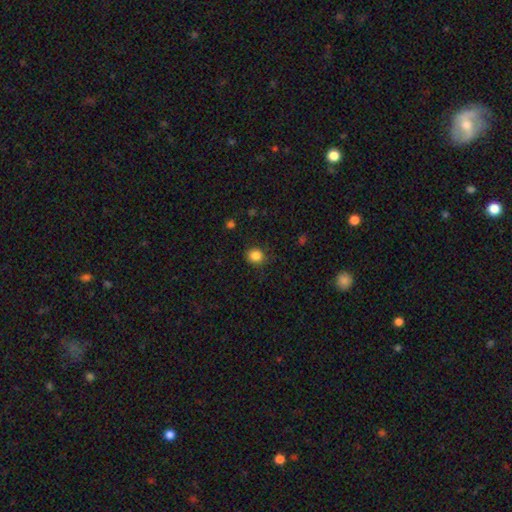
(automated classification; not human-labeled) A smooth galaxy with no disk features (84%) that is round (81%).

Vote fractions:
- Smooth or featured? smooth: 84% / star or artifact: 11% / featured or disk: 4%
- How rounded? round: 81% / in between: 18% / cigar-shaped: 1%
- Merging? none: 85% / minor disturbance: 12% / major disturbance: 3% / merger: 1%